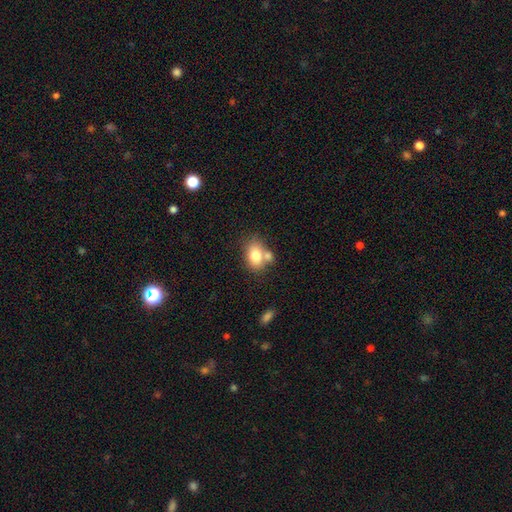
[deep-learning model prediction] Smooth or featured: smooth — 77% (featured or disk — 14%)
How rounded: in between — 76% (round — 22%)
Merging: none — 48% (merger — 34%)